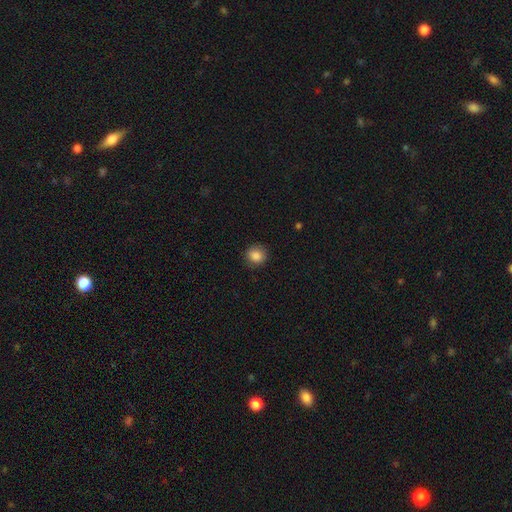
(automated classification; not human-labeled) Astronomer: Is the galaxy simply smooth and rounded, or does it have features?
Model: smooth — 86%.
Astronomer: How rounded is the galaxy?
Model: round — 80%.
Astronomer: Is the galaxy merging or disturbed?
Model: none — 85%.